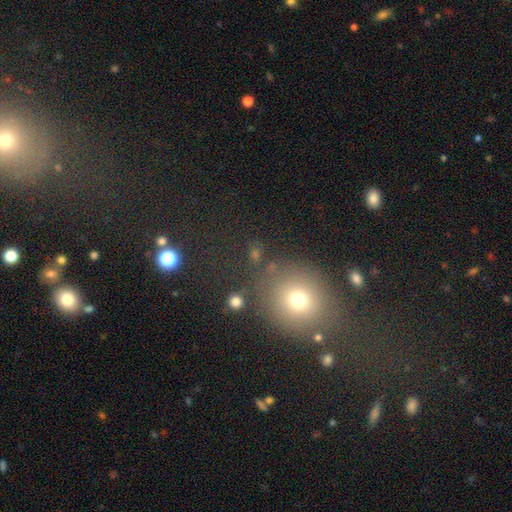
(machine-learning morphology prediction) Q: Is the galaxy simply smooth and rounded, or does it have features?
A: smooth — 61%.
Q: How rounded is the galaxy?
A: round — 76%.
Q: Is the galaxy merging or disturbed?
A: none — 73%.